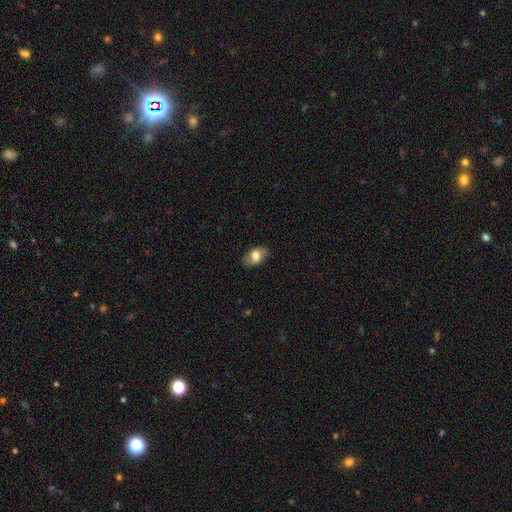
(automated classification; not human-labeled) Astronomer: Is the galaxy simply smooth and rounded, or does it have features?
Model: smooth — 62%.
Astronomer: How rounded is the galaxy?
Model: in between — 87%.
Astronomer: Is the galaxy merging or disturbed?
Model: none — 80%.